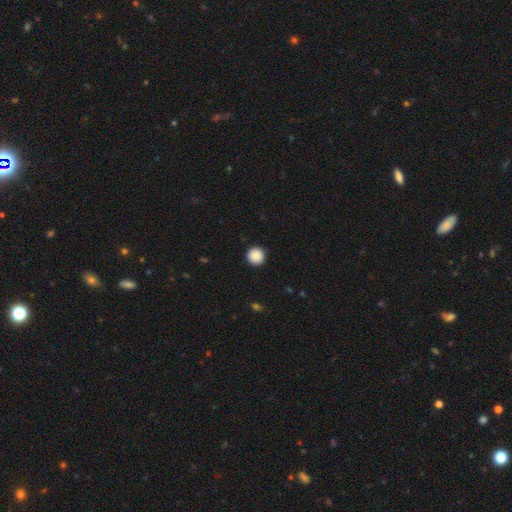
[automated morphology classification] A smooth galaxy with no disk features (88%) that is round (96%). Merging: none (92%).